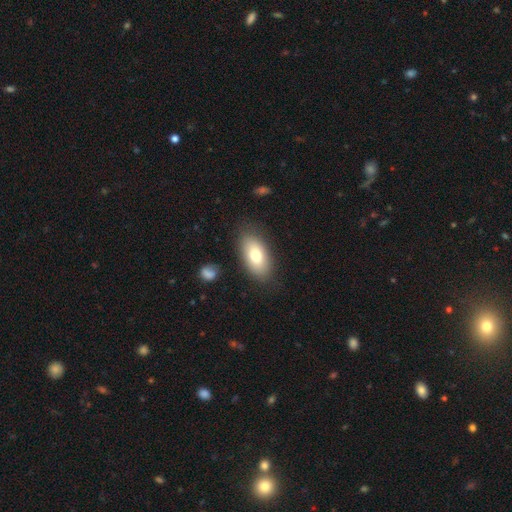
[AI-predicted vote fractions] A smooth galaxy with no disk features (75%) that is in between round and cigar-shaped (92%).

Vote fractions:
- Smooth or featured? smooth: 75% / featured or disk: 17% / star or artifact: 8%
- How rounded? in between: 92% / round: 5% / cigar-shaped: 3%
- Merging? none: 83% / minor disturbance: 12% / major disturbance: 4% / merger: 2%